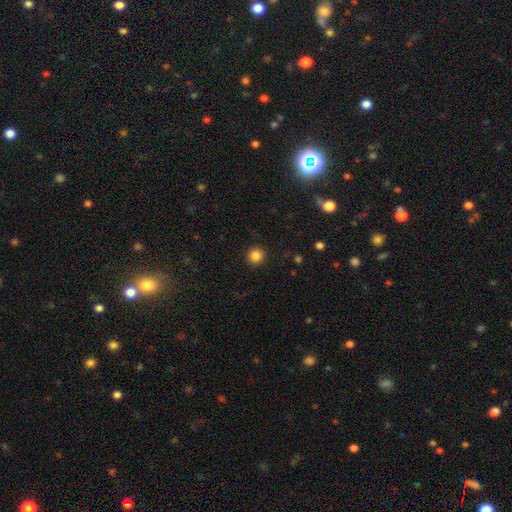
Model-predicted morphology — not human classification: Smooth or featured? smooth (86%)
How rounded? round (94%)
Merging? none (92%)